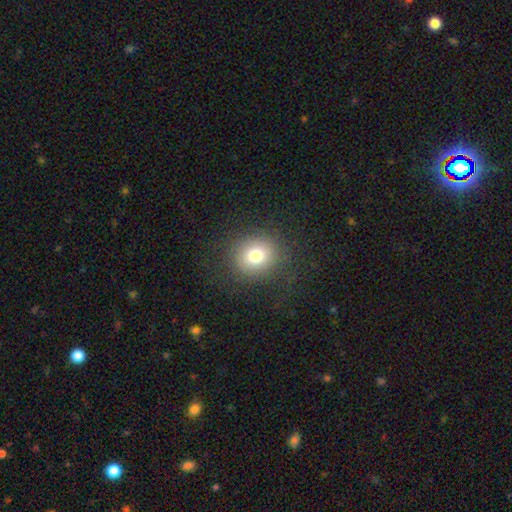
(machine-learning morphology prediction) Smooth or featured? Predicted: smooth (p=0.76). How rounded? Predicted: round (p=0.80). Merging? Predicted: none (p=0.82).